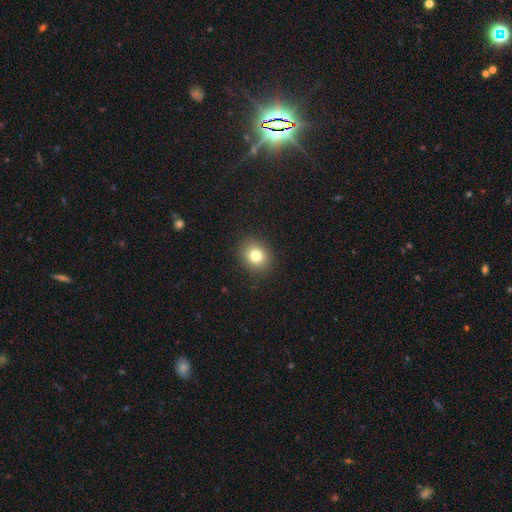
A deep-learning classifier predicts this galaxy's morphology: smooth_or_featured: smooth (p=0.80) [alt: star or artifact p=0.11]
how_rounded: round (p=0.67) [alt: in between p=0.32]
merging: none (p=0.89) [alt: minor disturbance p=0.08]